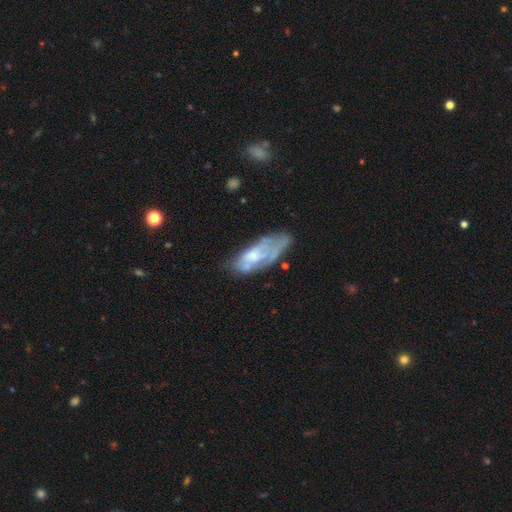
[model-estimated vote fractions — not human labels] Smooth or featured: featured or disk — 52% (smooth — 40%)
Edge-on disk: no — 85% (yes — 15%)
Merging: none — 43% (minor disturbance — 32%)